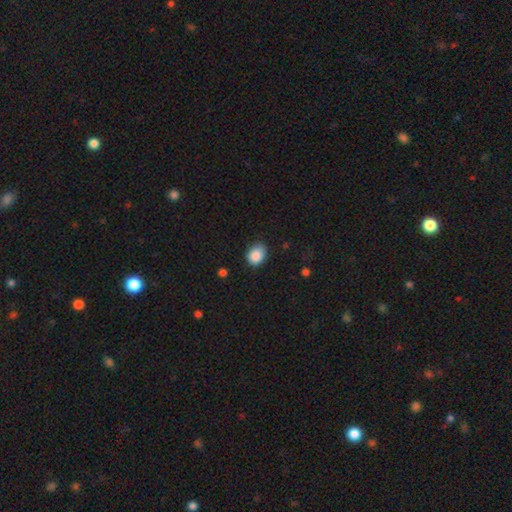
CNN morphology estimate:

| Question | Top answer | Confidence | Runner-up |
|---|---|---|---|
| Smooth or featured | smooth | 87% | star or artifact (9%) |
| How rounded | round | 50% | in between (49%) |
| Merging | none | 75% | minor disturbance (20%) |